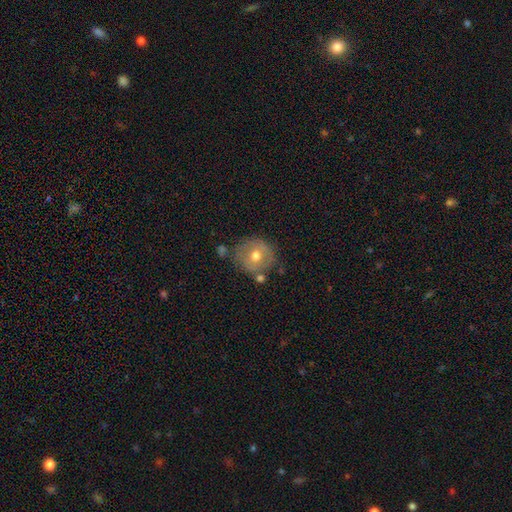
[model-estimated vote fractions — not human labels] Q: Smooth or featured?
A: smooth (53%); runner-up: featured or disk (38%)
Q: How rounded?
A: round (87%); runner-up: in between (12%)
Q: Merging?
A: none (68%); runner-up: minor disturbance (18%)